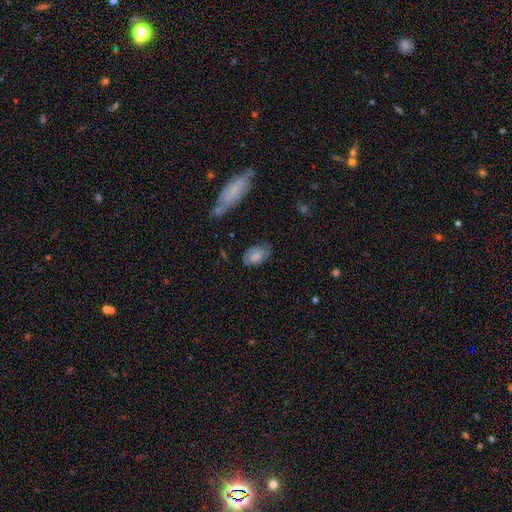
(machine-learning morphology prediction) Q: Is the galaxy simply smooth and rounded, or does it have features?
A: smooth — 66%.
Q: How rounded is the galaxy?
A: in between — 89%.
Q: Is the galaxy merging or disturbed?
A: none — 61%.